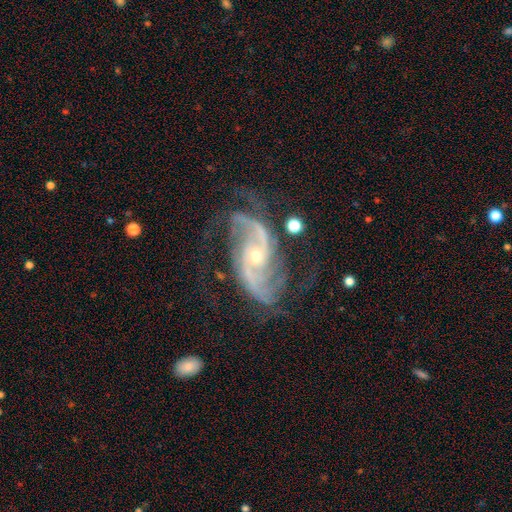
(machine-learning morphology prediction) Q: Smooth or featured?
A: featured or disk (91%); runner-up: star or artifact (6%)
Q: Edge-on disk?
A: no (97%); runner-up: yes (3%)
Q: Bar?
A: no (56%); runner-up: weak (29%)
Q: Spiral arms?
A: yes (98%); runner-up: no (2%)
Q: Spiral winding?
A: medium (49%); runner-up: loose (26%)
Q: Spiral arm count?
A: 2 (68%); runner-up: 3 (13%)
Q: Bulge size?
A: small (63%); runner-up: moderate (34%)
Q: Merging?
A: none (64%); runner-up: minor disturbance (20%)